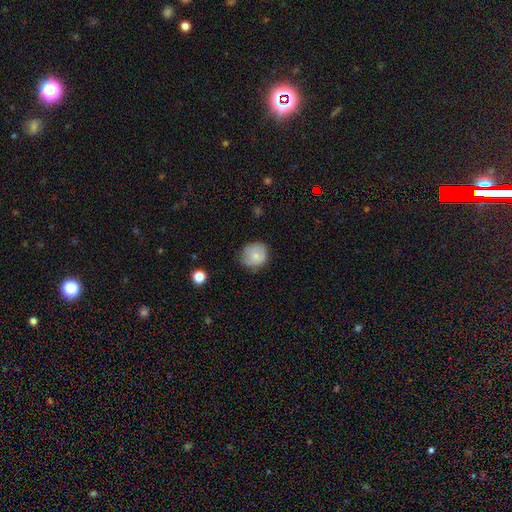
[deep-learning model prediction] The model was most divided on "merging": none: 64%, minor disturbance: 28%, major disturbance: 7%, merger: 2%. More confident: how rounded — round (79%); smooth or featured — smooth (69%).